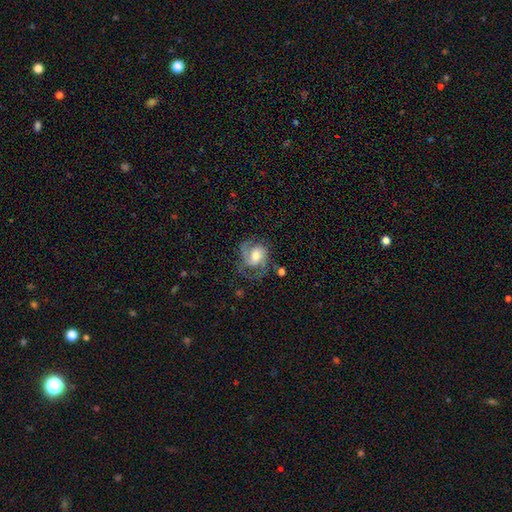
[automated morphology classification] smooth-or-featured: featured or disk: 75% | smooth: 18% | star or artifact: 7%
  disk-edge-on: no: 97% | yes: 3%
    bar: no: 51% | weak: 38% | strong: 10%
    has-spiral-arms: yes: 92% | no: 8%
      spiral-winding: medium: 50% | tight: 31% | loose: 18%
      spiral-arm-count: 2: 74% | can't tell: 9% | 3: 7% | 1: 7% | 4: 2% | more than 4: 2%
    bulge-size: moderate: 59% | large: 21% | small: 15% | none: 2% | dominant: 2%
  merging: none: 58% | minor disturbance: 22% | major disturbance: 18% | merger: 2%